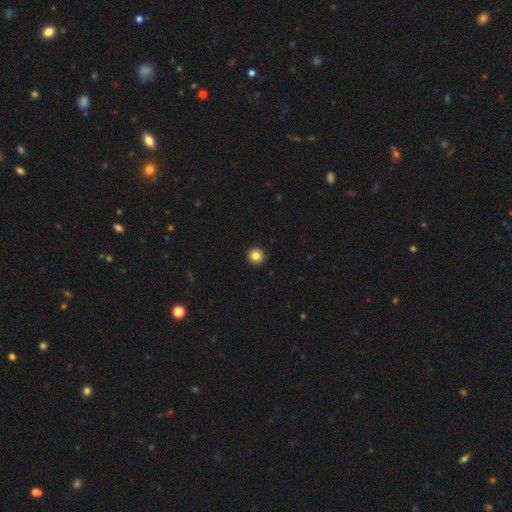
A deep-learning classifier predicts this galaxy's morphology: Q: Smooth or featured?
A: smooth (85%); runner-up: star or artifact (10%)
Q: How rounded?
A: round (95%); runner-up: in between (4%)
Q: Merging?
A: none (94%); runner-up: minor disturbance (4%)